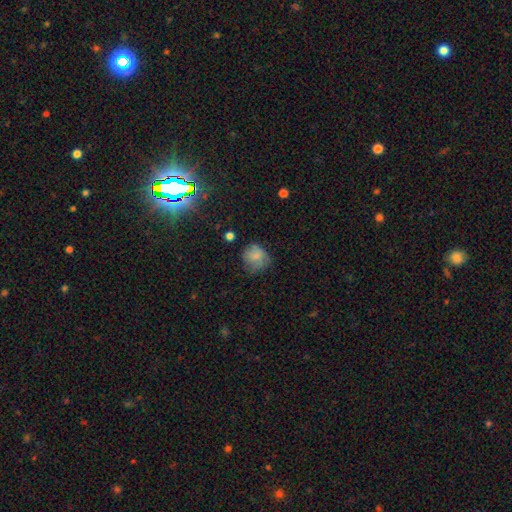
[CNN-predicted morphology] A smooth galaxy with no disk features (71%) that is round (77%). Merging: none (56%).